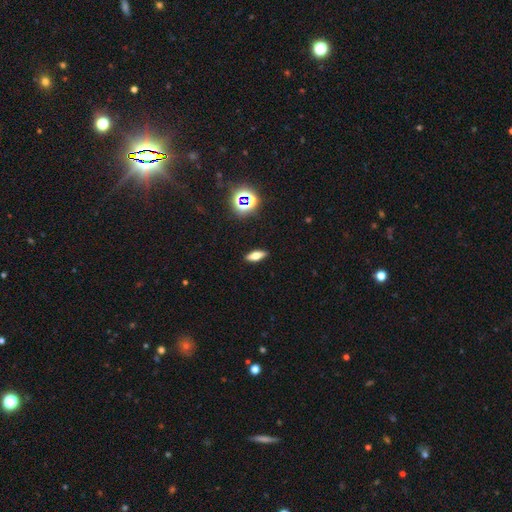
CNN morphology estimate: This is possibly a smooth galaxy (57%). How rounded: likely in between (60%). Merging: clearly none (89%).